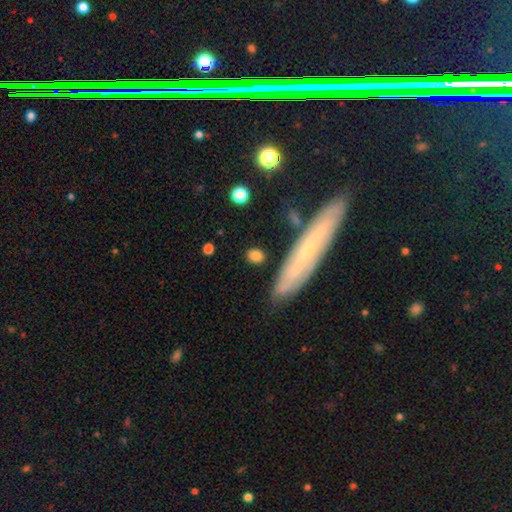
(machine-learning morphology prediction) Overall: smooth (80%). How rounded: in between (51%; round 35%). Merging: none (80%).